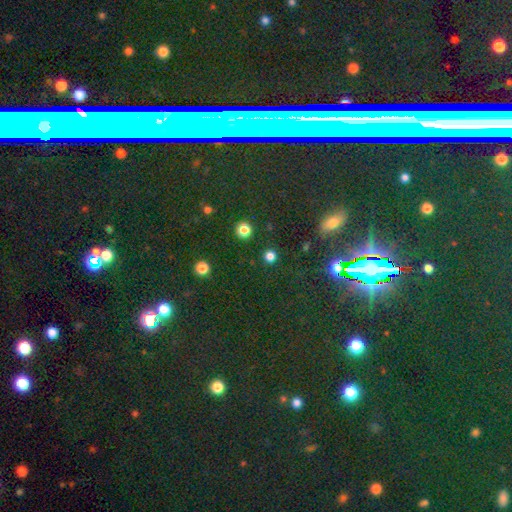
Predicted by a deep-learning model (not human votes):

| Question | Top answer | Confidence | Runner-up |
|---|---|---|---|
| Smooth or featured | star or artifact | 74% | smooth (15%) |